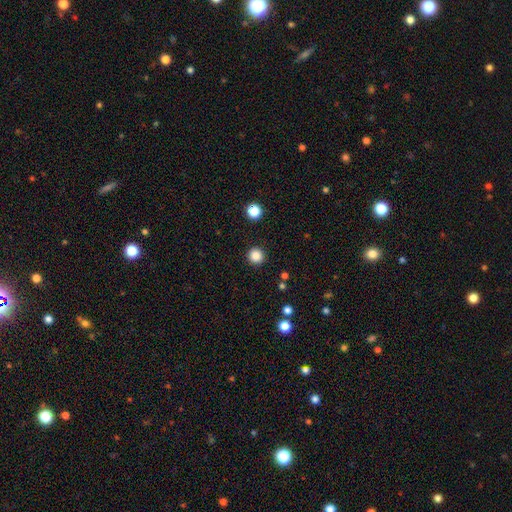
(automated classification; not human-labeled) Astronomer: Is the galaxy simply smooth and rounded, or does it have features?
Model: smooth — 86%.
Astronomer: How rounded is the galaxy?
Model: round — 95%.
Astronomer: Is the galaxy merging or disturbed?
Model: none — 92%.